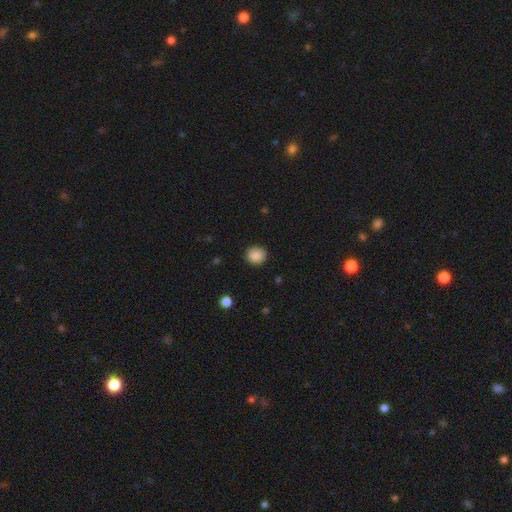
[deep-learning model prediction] Smooth or featured: smooth — 88% (star or artifact — 9%)
How rounded: round — 86% (in between — 13%)
Merging: none — 90% (minor disturbance — 7%)